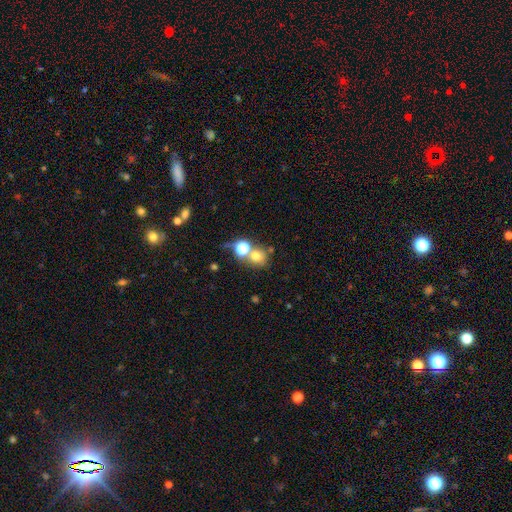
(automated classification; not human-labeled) A smooth galaxy with no disk features (70%) that is round (79%). Merging: none (51%).